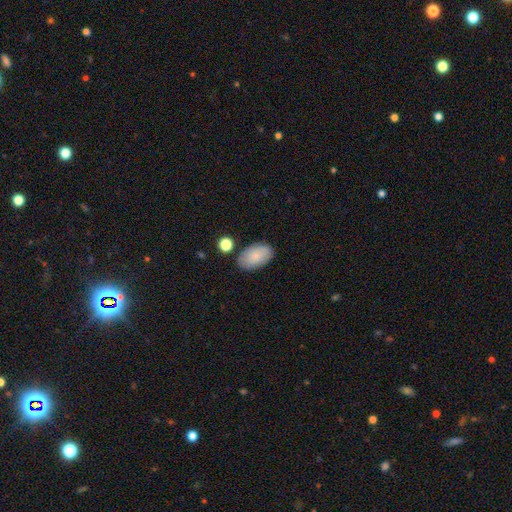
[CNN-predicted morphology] Smooth or featured? smooth (84%)
How rounded? in between (95%)
Merging? none (79%)